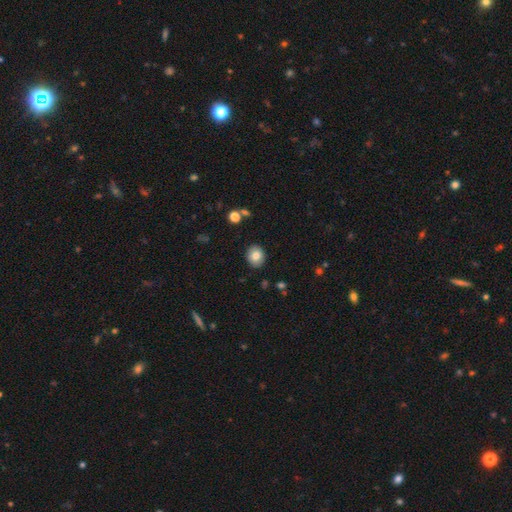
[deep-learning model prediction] The model was most divided on "how rounded": round: 72%, in between: 27%, cigar-shaped: 1%. More confident: merging — none (89%); smooth or featured — smooth (81%).